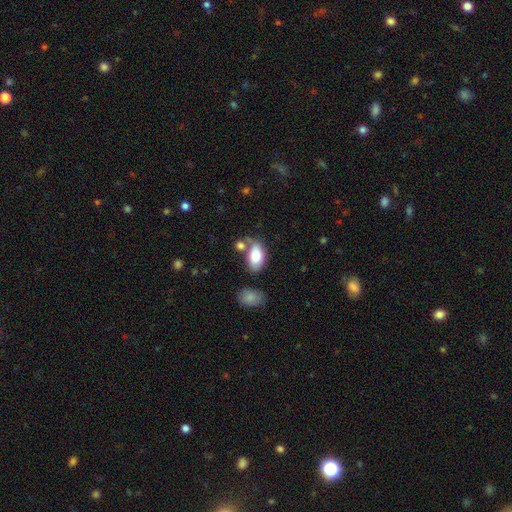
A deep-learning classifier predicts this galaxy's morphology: Smooth or featured: smooth — 83% (featured or disk — 10%)
How rounded: in between — 93% (round — 5%)
Merging: none — 50% (merger — 22%)